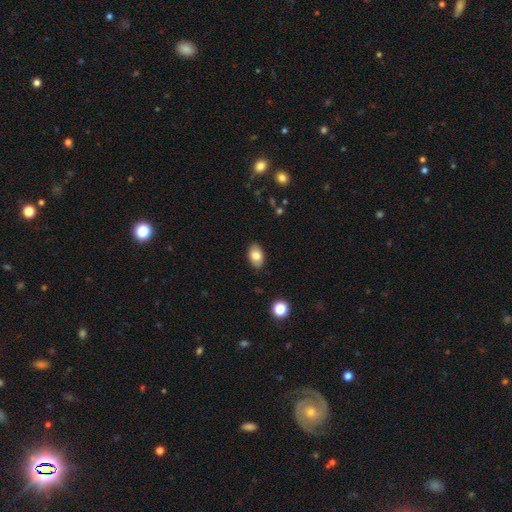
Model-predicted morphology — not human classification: Smooth or featured? smooth (81%)
How rounded? in between (88%)
Merging? none (87%)